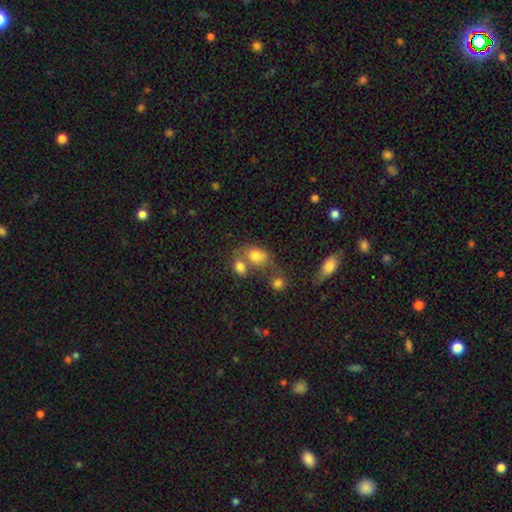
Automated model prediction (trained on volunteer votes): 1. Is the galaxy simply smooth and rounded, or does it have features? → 74% smooth, 13% featured or disk, 12% star or artifact.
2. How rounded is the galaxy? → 64% in between, 34% round, 2% cigar-shaped.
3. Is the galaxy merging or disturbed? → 45% merger, 34% none, 13% minor disturbance, 8% major disturbance.